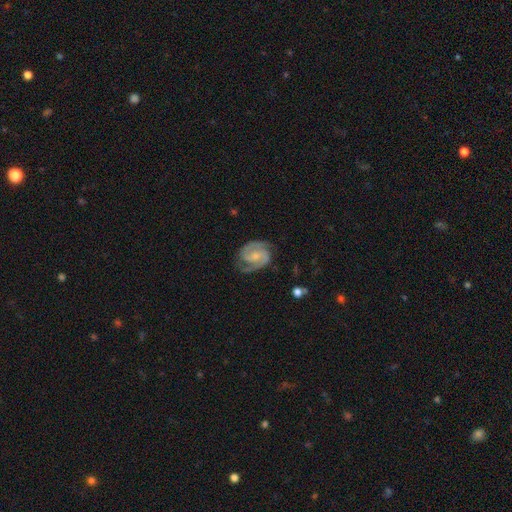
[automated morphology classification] smooth-or-featured: featured or disk: 90% | smooth: 5% | star or artifact: 4%
  disk-edge-on: no: 98% | yes: 2%
    bar: no: 49% | weak: 38% | strong: 13%
    has-spiral-arms: yes: 98% | no: 2%
      spiral-winding: medium: 49% | tight: 42% | loose: 9%
      spiral-arm-count: 2: 92% | 3: 3% | can't tell: 2% | 1: 1% | 4: 1% | more than 4: 1%
    bulge-size: small: 61% | moderate: 29% | none: 7% | large: 2% | dominant: 1%
  merging: none: 79% | minor disturbance: 15% | major disturbance: 5% | merger: 1%